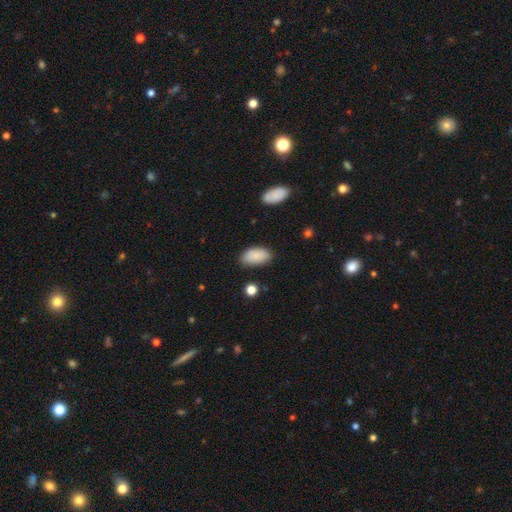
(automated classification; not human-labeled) smooth 87%, star or artifact 7%, featured or disk 6%. Down the decision tree: how rounded — in between (94%); merging — none (80%).